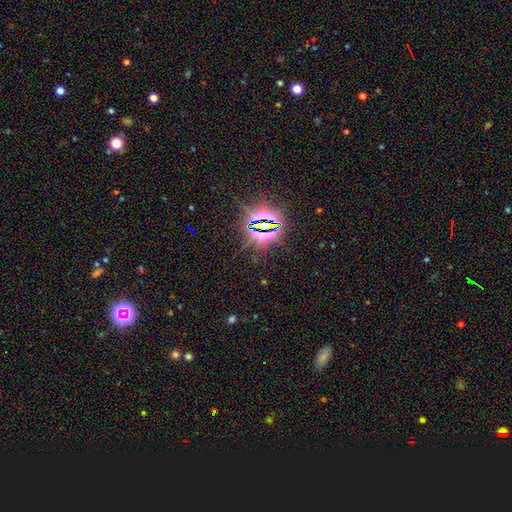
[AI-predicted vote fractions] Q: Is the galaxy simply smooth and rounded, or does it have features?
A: star or artifact — 83%.